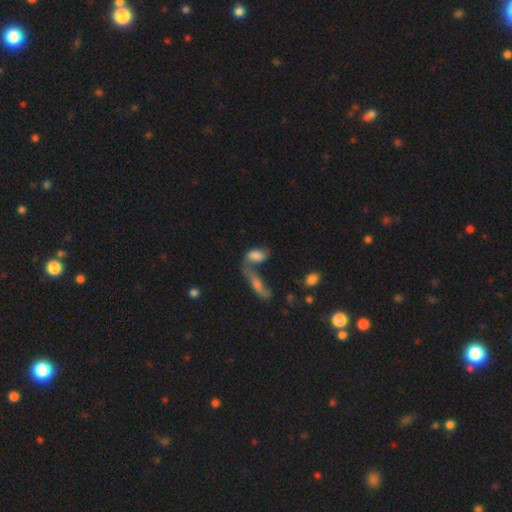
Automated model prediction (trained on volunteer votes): A smooth galaxy with no disk features (59%) that is in between round and cigar-shaped (82%).

Vote fractions:
- Smooth or featured? smooth: 59% / featured or disk: 30% / star or artifact: 11%
- How rounded? in between: 82% / cigar-shaped: 11% / round: 8%
- Merging? merger: 59% / none: 19% / major disturbance: 12% / minor disturbance: 10%